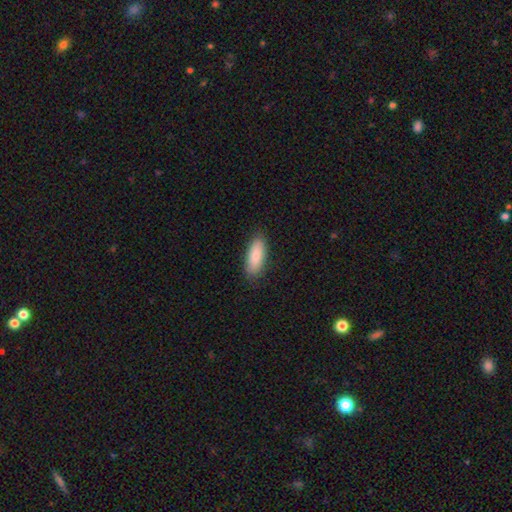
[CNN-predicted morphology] This appears to be a smooth galaxy with no disk features (88%) that is in between round and cigar-shaped (75%). Merging: none (86%).